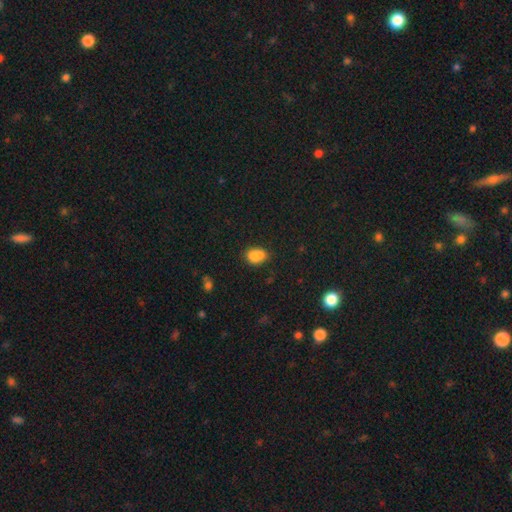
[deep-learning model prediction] The model was most divided on "merging": none: 57%, minor disturbance: 24%, merger: 13%, major disturbance: 6%. More confident: smooth or featured — smooth (83%); how rounded — in between (74%).